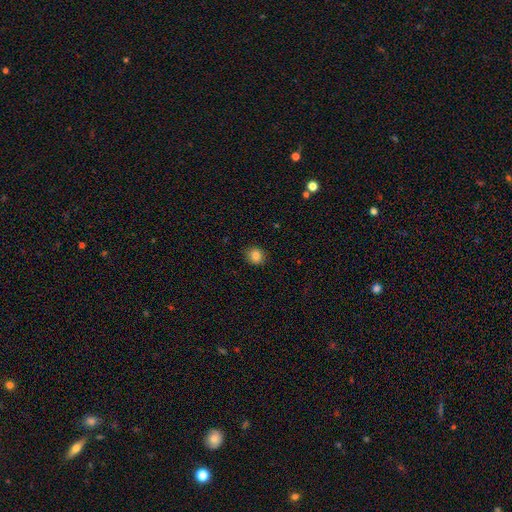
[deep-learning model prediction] A smooth galaxy with no disk features (83%) that is round (82%). Merging: none (90%).